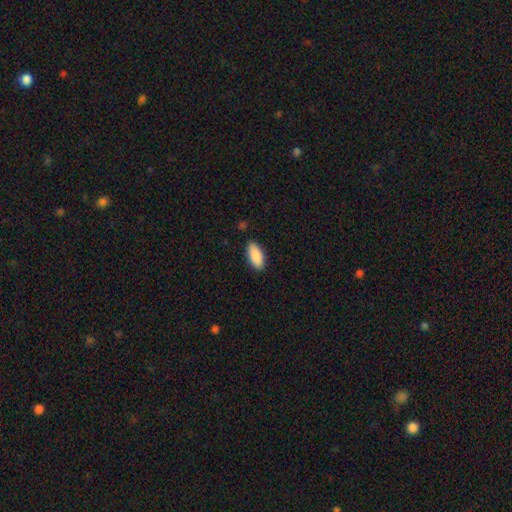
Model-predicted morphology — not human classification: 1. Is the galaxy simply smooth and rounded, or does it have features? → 90% smooth, 6% star or artifact, 4% featured or disk.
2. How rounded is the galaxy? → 87% in between, 11% cigar-shaped, 2% round.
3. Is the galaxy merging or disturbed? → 86% none, 10% minor disturbance, 2% major disturbance, 1% merger.